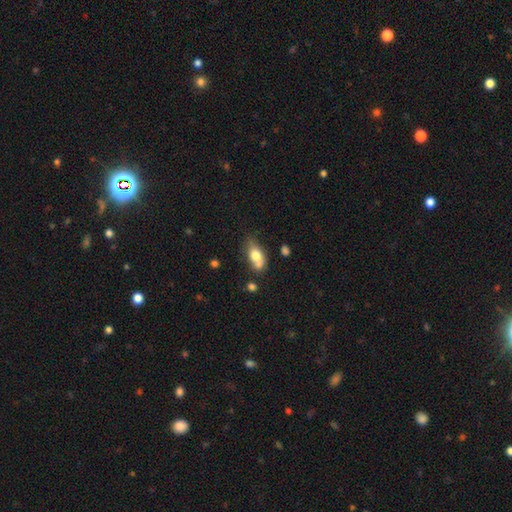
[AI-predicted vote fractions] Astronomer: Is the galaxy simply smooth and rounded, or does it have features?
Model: smooth — 71%.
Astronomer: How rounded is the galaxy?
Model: in between — 79%.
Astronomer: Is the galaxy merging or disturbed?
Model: none — 39% (runner-up: merger, 30%).